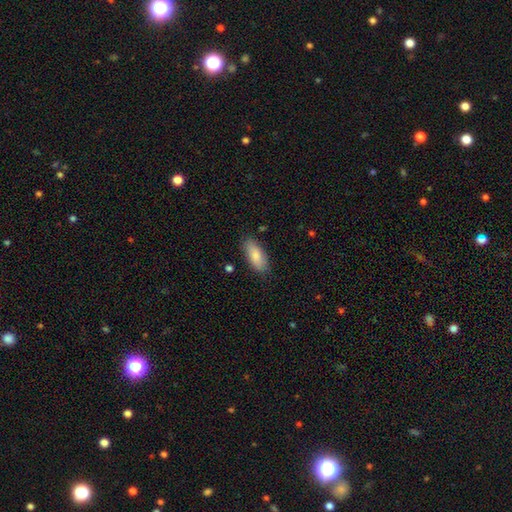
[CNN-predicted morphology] A smooth galaxy with no disk features (83%) that is in between round and cigar-shaped (83%).

Vote fractions:
- Smooth or featured? smooth: 83% / featured or disk: 11% / star or artifact: 6%
- How rounded? in between: 83% / cigar-shaped: 16% / round: 2%
- Merging? none: 82% / minor disturbance: 14% / major disturbance: 3% / merger: 2%